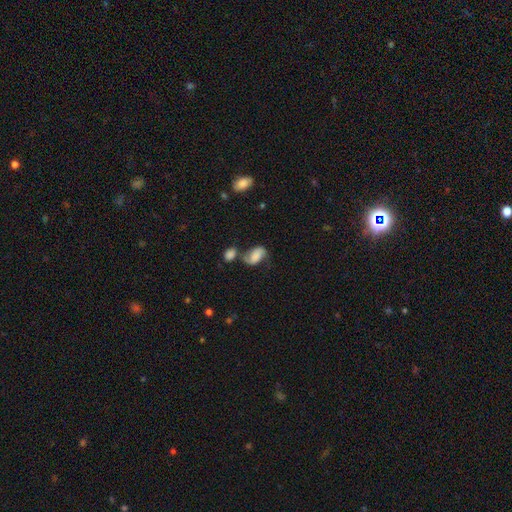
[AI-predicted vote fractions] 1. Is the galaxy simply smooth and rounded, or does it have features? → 50% smooth, 41% featured or disk, 10% star or artifact.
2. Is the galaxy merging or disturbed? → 38% none, 30% merger, 20% minor disturbance, 13% major disturbance.